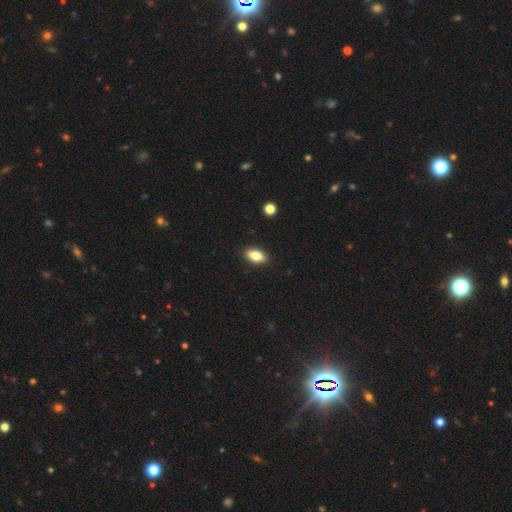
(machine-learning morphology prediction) smooth_or_featured: smooth (p=0.83) [alt: featured or disk p=0.09]
how_rounded: in between (p=0.90) [alt: cigar-shaped p=0.05]
merging: none (p=0.90) [alt: minor disturbance p=0.07]